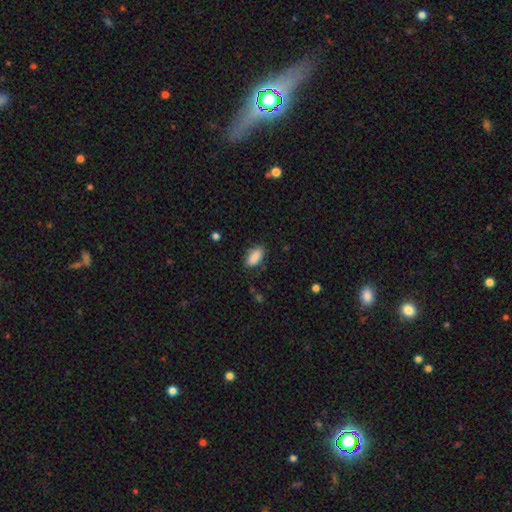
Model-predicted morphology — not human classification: Smooth or featured? Predicted: smooth (p=0.89). How rounded? Predicted: in between (p=0.91). Merging? Predicted: none (p=0.85).